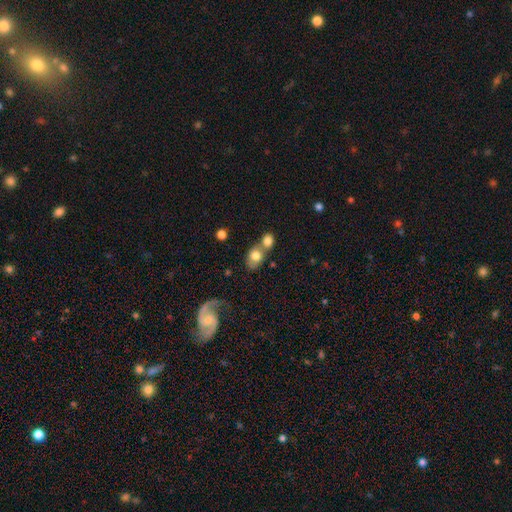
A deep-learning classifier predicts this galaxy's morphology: Overall: smooth (73%). How rounded: in between (54%; round 44%). Merging: merger (59%; none 28%).